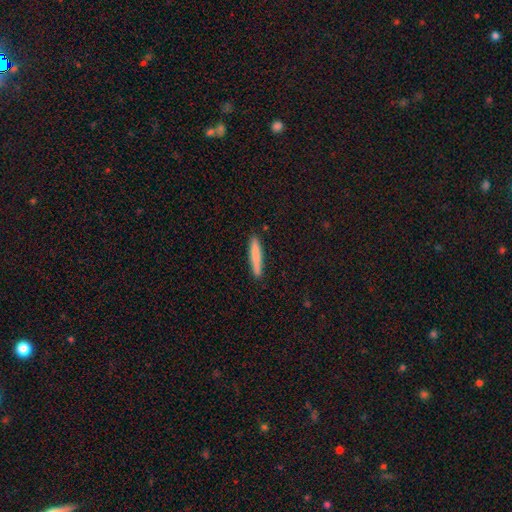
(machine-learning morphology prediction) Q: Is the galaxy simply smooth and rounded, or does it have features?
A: smooth — 80%.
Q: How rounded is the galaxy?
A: cigar-shaped — 93%.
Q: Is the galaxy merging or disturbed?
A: none — 90%.